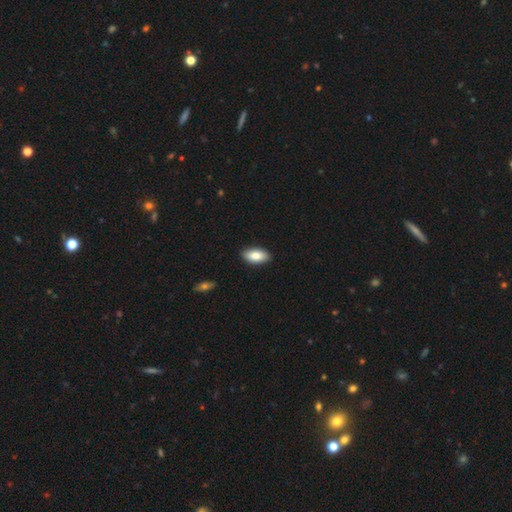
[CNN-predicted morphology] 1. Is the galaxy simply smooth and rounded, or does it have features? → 85% smooth, 9% featured or disk, 6% star or artifact.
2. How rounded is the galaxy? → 92% in between, 5% cigar-shaped, 2% round.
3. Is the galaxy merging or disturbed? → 90% none, 8% minor disturbance, 2% major disturbance, 1% merger.